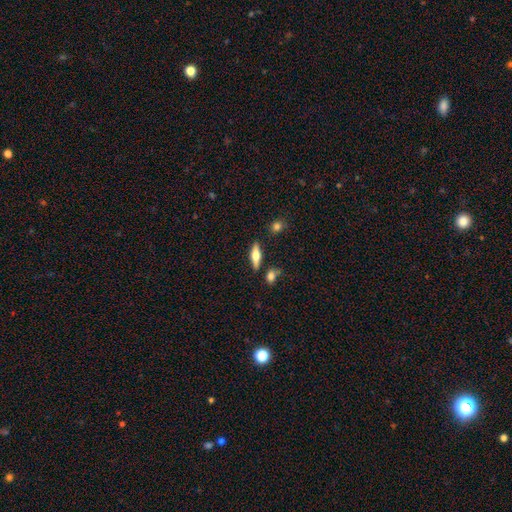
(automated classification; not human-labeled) smooth_or_featured: featured or disk (p=0.51) [alt: smooth p=0.42]
disk_edge_on: yes (p=0.93) [alt: no p=0.07]
merging: none (p=0.81) [alt: minor disturbance p=0.10]